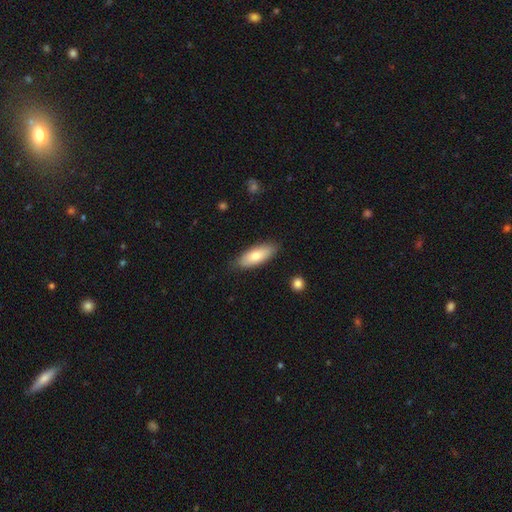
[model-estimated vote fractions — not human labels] smooth 76%, featured or disk 18%, star or artifact 6%. Down the decision tree: how rounded — in between (73%); merging — none (83%).